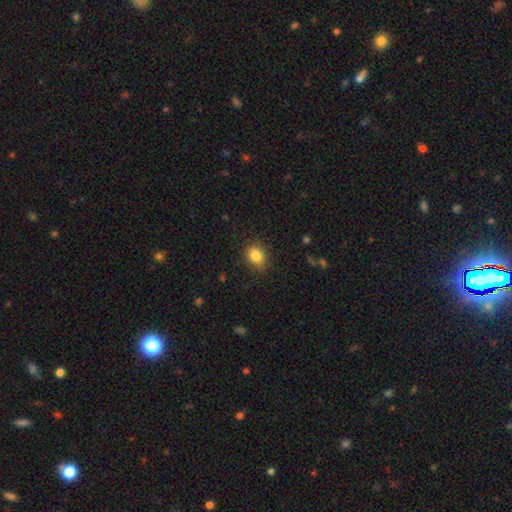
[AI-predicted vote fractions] Morphology: type=smooth (84%); roundness=round (58%); merging=none (86%).